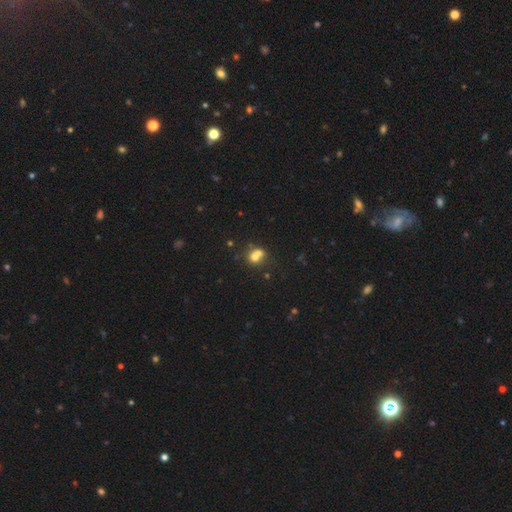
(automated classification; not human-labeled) Morphology: type=smooth (65%); roundness=round (71%); merging=merger (57%).